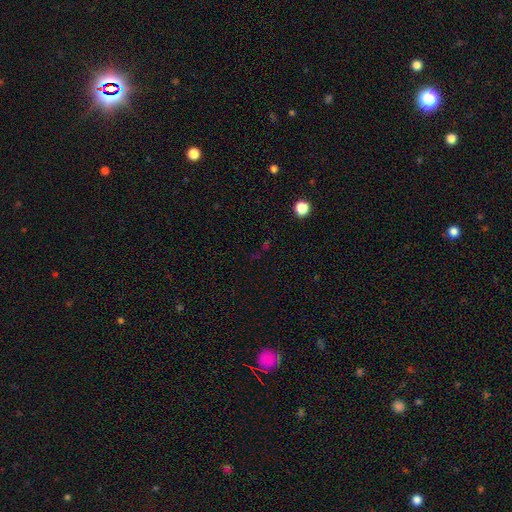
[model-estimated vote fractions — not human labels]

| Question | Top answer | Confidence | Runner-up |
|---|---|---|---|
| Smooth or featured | star or artifact | 60% | smooth (32%) |